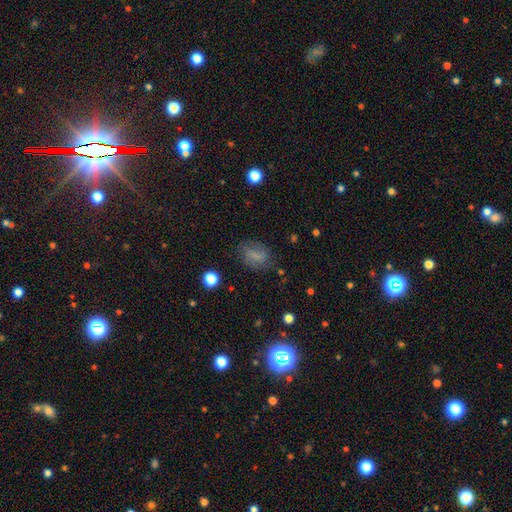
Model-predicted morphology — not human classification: Overall: smooth (56%; featured or disk 31%). How rounded: in between (71%). Merging: none (68%).